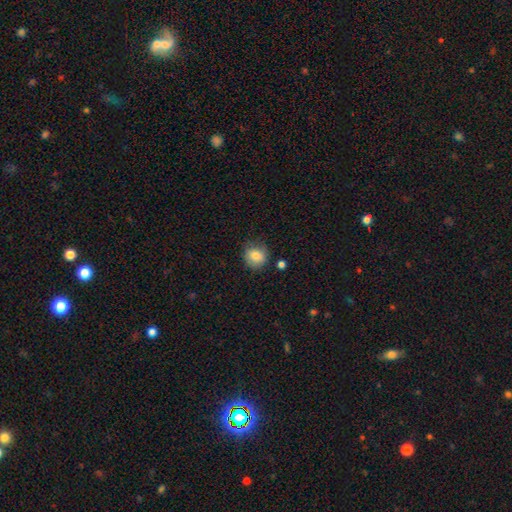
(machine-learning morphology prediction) This is clearly a smooth galaxy (81%). How rounded: clearly round (83%). Merging: likely none (76%).